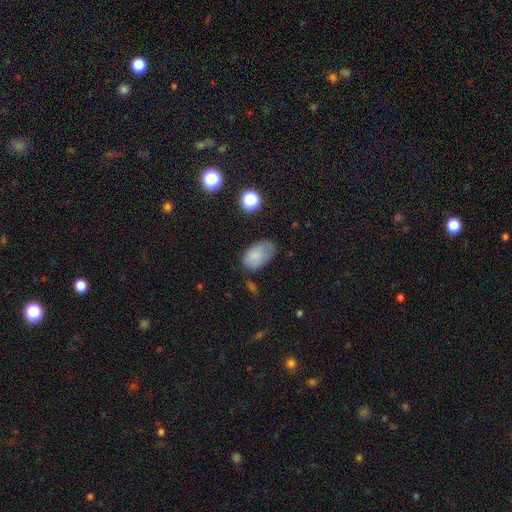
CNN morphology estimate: This is clearly a smooth galaxy (80%). How rounded: clearly in between (91%). Merging: possibly none (56%).